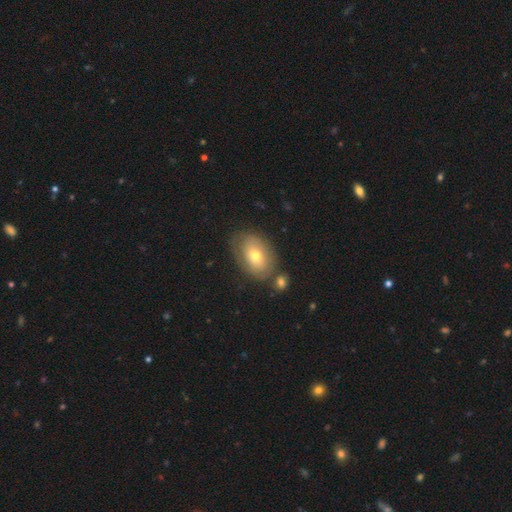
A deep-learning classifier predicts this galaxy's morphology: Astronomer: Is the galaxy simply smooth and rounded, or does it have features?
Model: smooth — 63%.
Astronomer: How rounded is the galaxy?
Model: in between — 83%.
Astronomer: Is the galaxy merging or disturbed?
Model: none — 68%.